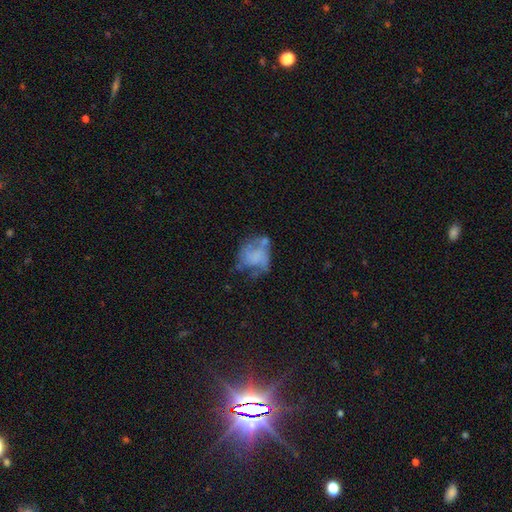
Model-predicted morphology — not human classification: type=featured or disk (52%); edge-on=no (98%); bar=no (85%); spiral arms=no (59%); bulge=none (71%); merging=none (36%).